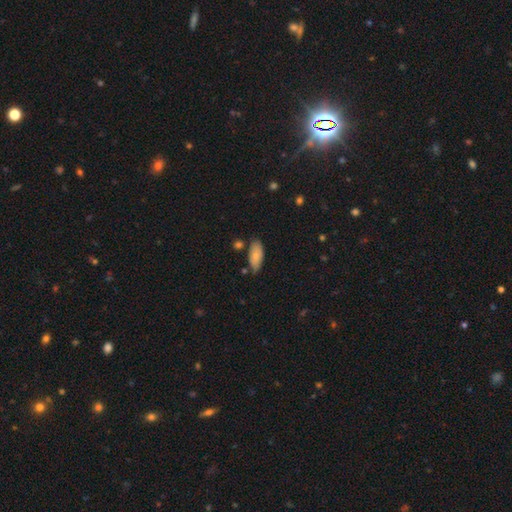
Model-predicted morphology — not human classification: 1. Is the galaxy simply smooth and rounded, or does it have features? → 81% smooth, 12% featured or disk, 6% star or artifact.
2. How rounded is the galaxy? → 86% in between, 12% cigar-shaped, 2% round.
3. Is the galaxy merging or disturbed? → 72% none, 20% minor disturbance, 5% merger, 3% major disturbance.